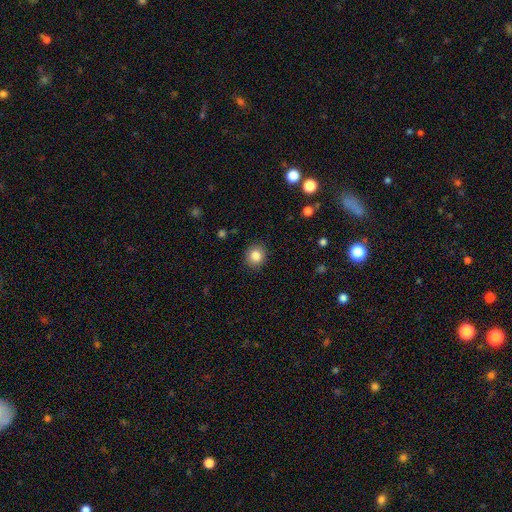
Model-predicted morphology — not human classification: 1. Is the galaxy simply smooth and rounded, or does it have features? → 84% smooth, 10% star or artifact, 6% featured or disk.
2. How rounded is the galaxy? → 85% round, 15% in between, 1% cigar-shaped.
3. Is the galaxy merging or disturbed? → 90% none, 7% minor disturbance, 2% major disturbance, 1% merger.